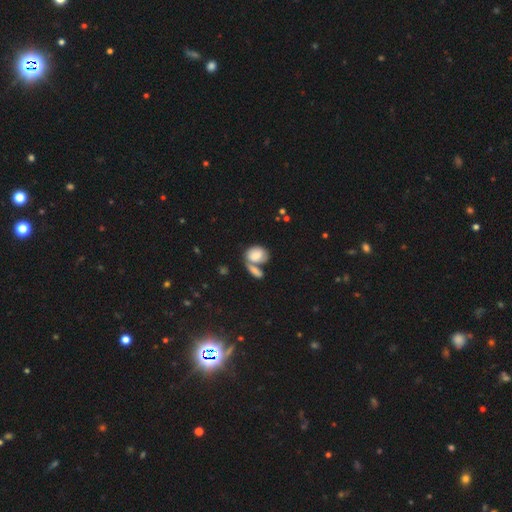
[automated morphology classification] This is likely a smooth galaxy (78%). How rounded: likely in between (73%). Merging: possibly merger (47%).